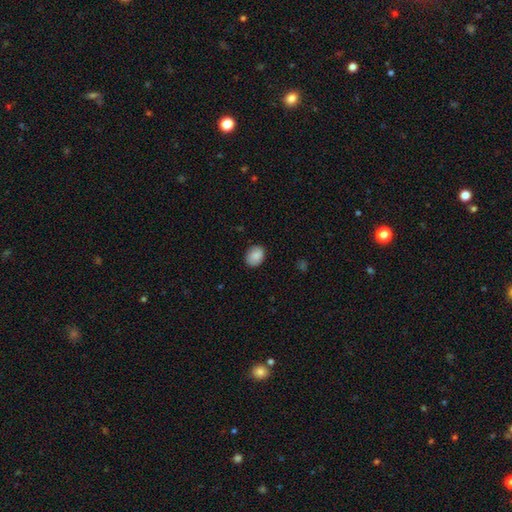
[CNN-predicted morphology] A smooth galaxy with no disk features (88%) that is in between round and cigar-shaped (58%).

Vote fractions:
- Smooth or featured? smooth: 88% / star or artifact: 7% / featured or disk: 5%
- How rounded? in between: 58% / round: 41% / cigar-shaped: 1%
- Merging? none: 85% / minor disturbance: 12% / major disturbance: 2% / merger: 1%